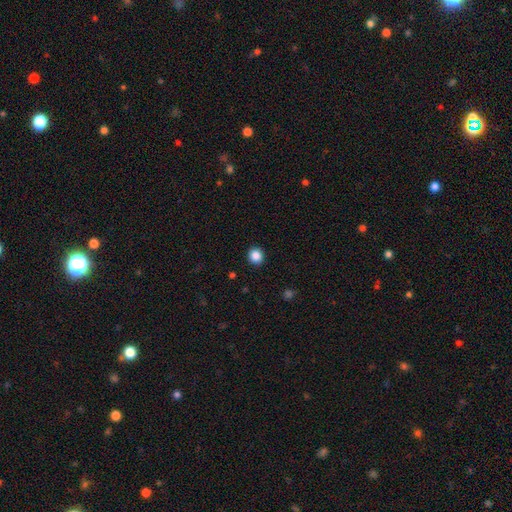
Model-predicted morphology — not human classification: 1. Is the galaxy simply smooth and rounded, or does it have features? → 87% smooth, 10% star or artifact, 3% featured or disk.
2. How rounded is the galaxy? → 88% round, 11% in between, 1% cigar-shaped.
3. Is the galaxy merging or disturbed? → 92% none, 6% minor disturbance, 2% major disturbance, 1% merger.